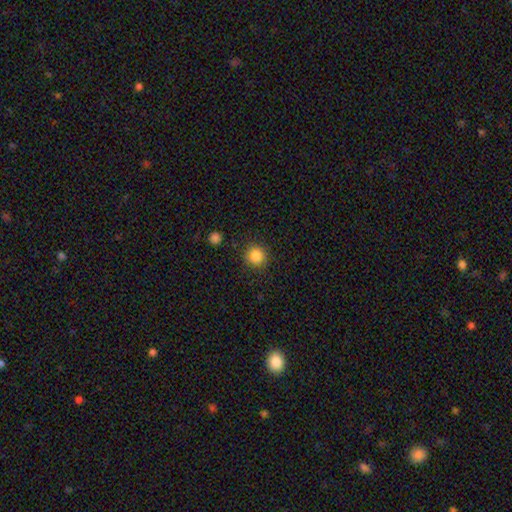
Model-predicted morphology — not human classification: The model was most divided on "smooth or featured": smooth: 85%, star or artifact: 11%, featured or disk: 4%. More confident: how rounded — round (93%); merging — none (88%).